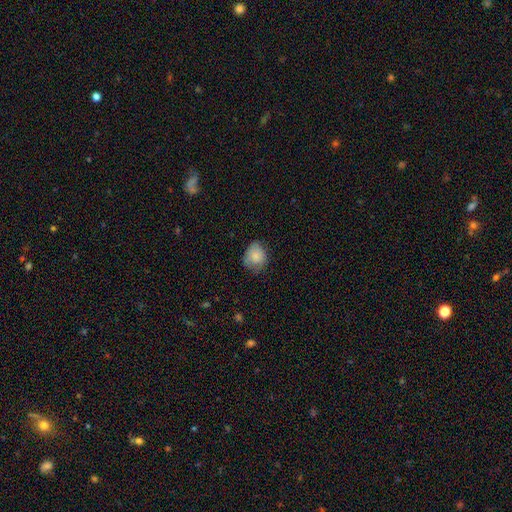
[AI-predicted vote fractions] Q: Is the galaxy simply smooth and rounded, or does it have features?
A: smooth — 82%.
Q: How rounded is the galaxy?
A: round — 54%.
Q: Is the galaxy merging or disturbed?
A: none — 59%.